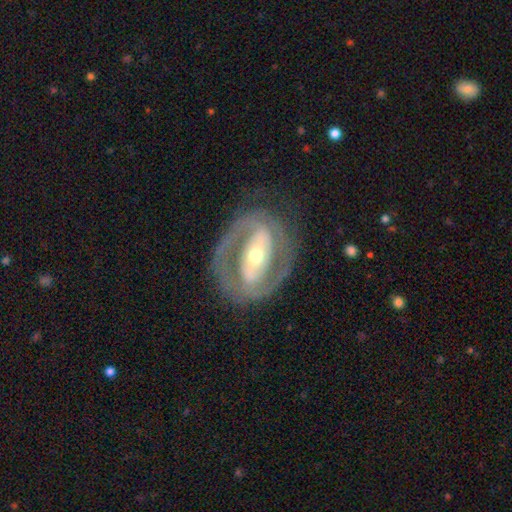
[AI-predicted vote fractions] A featured or disk galaxy (81%) with a strong bar (47%), 2 (77%) tight (47%) spiral arms (66%) and a moderate central bulge (57%).

Vote fractions:
- Smooth or featured? featured or disk: 81% / smooth: 14% / star or artifact: 5%
- Edge-on disk? no: 95% / yes: 5%
- Bar? strong: 47% / no: 28% / weak: 25%
- Spiral arms? yes: 66% / no: 34%
- Spiral winding? tight: 47% / medium: 38% / loose: 15%
- Spiral arm count? 2: 77% / can't tell: 12% / 1: 6% / 3: 2% / 4: 1% / more than 4: 1%
- Bulge size? moderate: 57% / small: 34% / large: 7% / dominant: 1% / none: 1%
- Merging? none: 74% / minor disturbance: 14% / major disturbance: 11% / merger: 1%